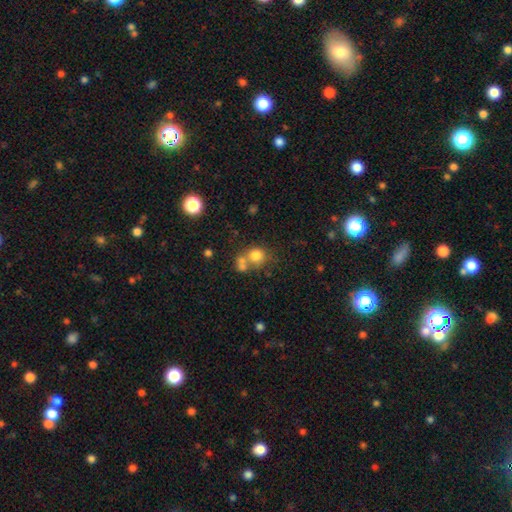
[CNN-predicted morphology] Q: Smooth or featured?
A: smooth (75%); runner-up: star or artifact (13%)
Q: How rounded?
A: round (83%); runner-up: in between (16%)
Q: Merging?
A: none (45%); runner-up: merger (40%)